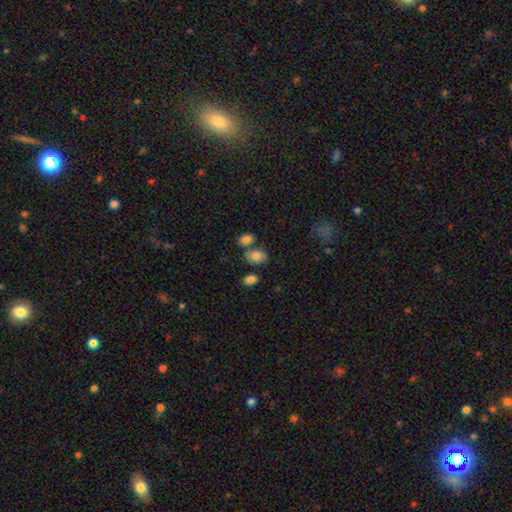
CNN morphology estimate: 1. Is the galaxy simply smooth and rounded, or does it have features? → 80% smooth, 10% star or artifact, 10% featured or disk.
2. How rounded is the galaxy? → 76% in between, 22% round, 1% cigar-shaped.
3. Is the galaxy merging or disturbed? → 59% none, 21% merger, 15% minor disturbance, 5% major disturbance.